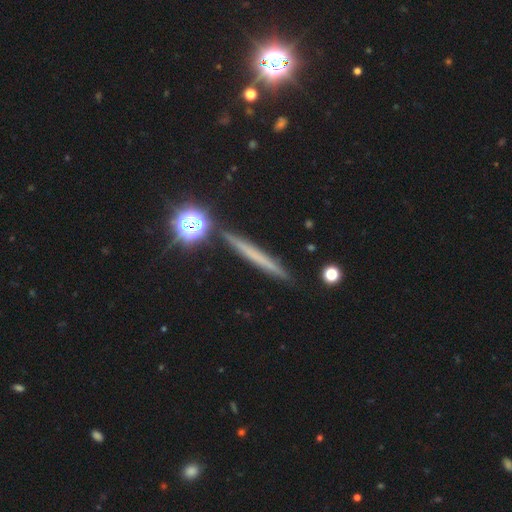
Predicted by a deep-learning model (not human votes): Morphology: type=smooth (47%); merging=none (90%).